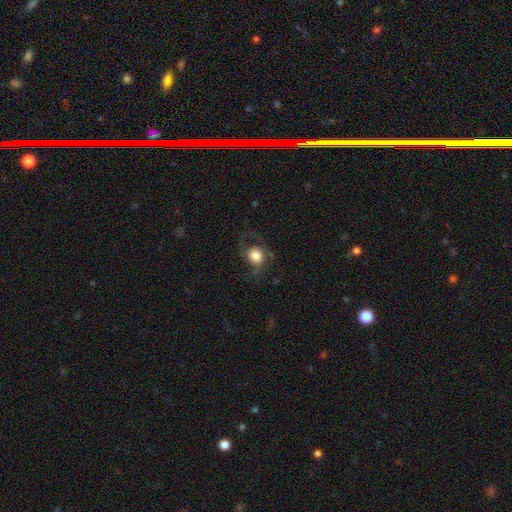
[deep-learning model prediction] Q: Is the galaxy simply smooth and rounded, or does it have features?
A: smooth — 66%.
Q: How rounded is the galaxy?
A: round — 77%.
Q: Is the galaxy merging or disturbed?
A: none — 54%.